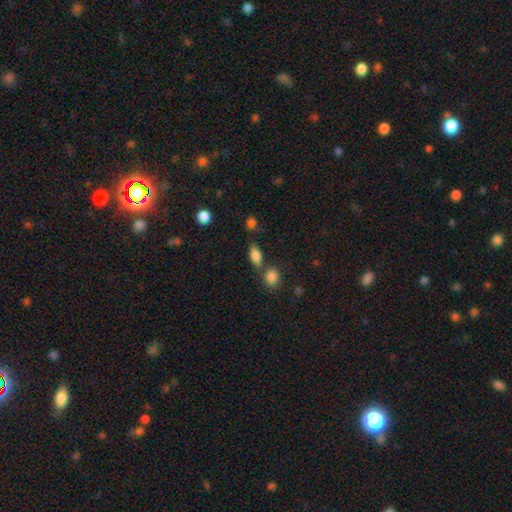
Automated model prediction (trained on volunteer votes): This is clearly a smooth galaxy (80%). How rounded: clearly in between (82%). Merging: likely none (64%).